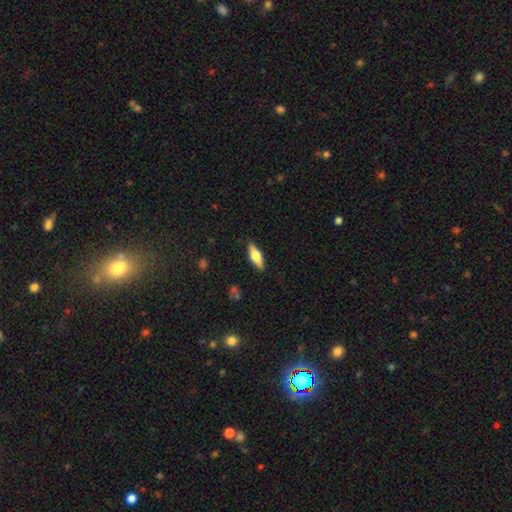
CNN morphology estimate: This is possibly a smooth galaxy (51%). How rounded: possibly in between (55%). Merging: clearly none (87%).